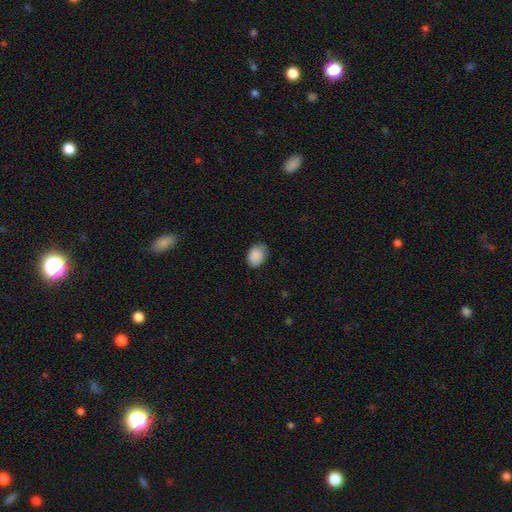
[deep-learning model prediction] Morphology: type=smooth (89%); roundness=in between (67%); merging=none (69%).